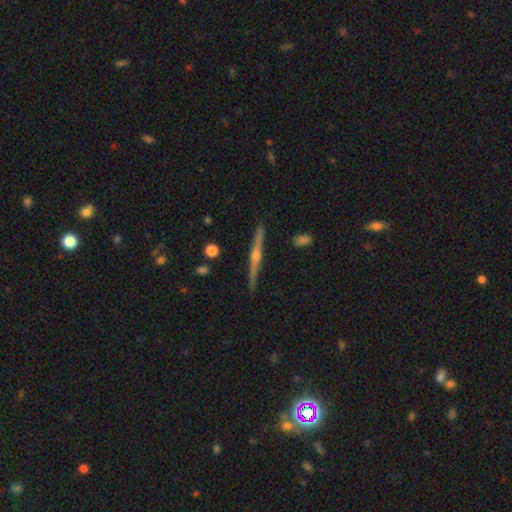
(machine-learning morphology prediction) Overall: featured or disk (81%). Edge-on disk: yes (98%). Edge-on bulge: rounded (90%). Merging: none (91%).